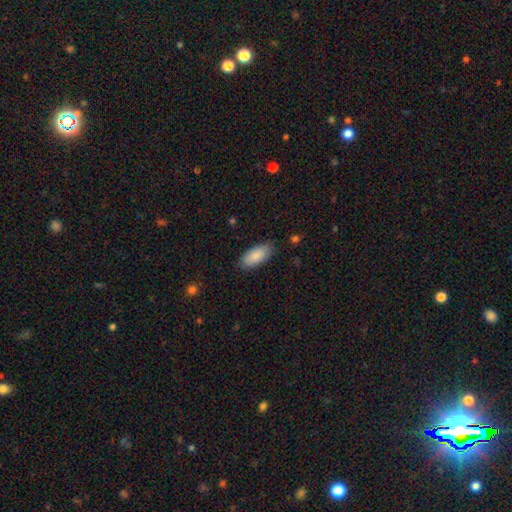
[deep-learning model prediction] This appears to be a smooth galaxy with no disk features (87%) that is in between round and cigar-shaped (89%). Merging: none (85%).